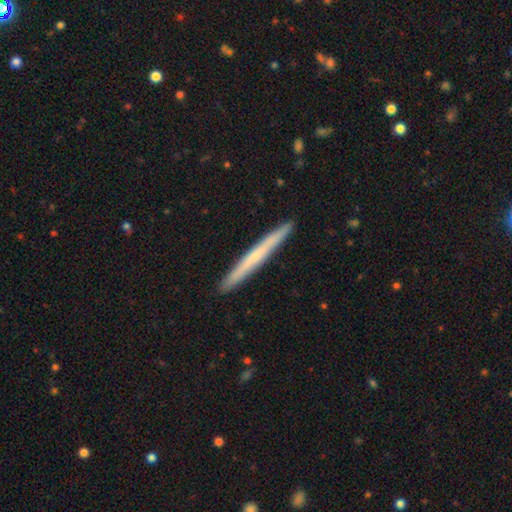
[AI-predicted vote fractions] smooth 51%, featured or disk 43%, star or artifact 6%. Down the decision tree: how rounded — cigar-shaped (97%); merging — none (93%).